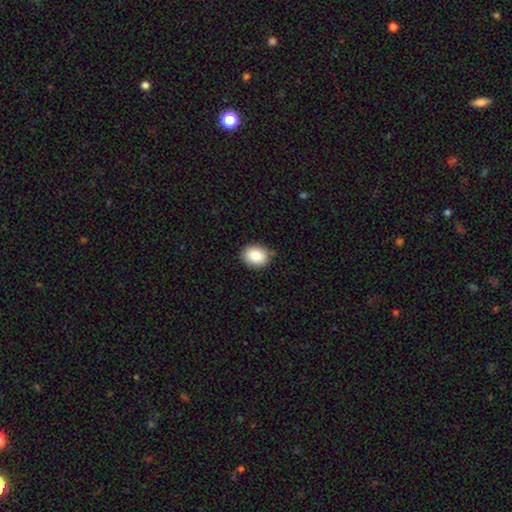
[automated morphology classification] Smooth or featured? smooth (85%)
How rounded? in between (52%)
Merging? none (85%)